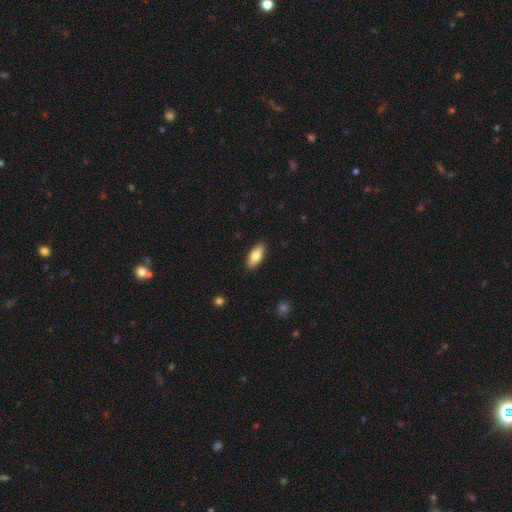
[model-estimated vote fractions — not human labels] A smooth galaxy with no disk features (78%) that is in between round and cigar-shaped (86%). Merging: none (89%).